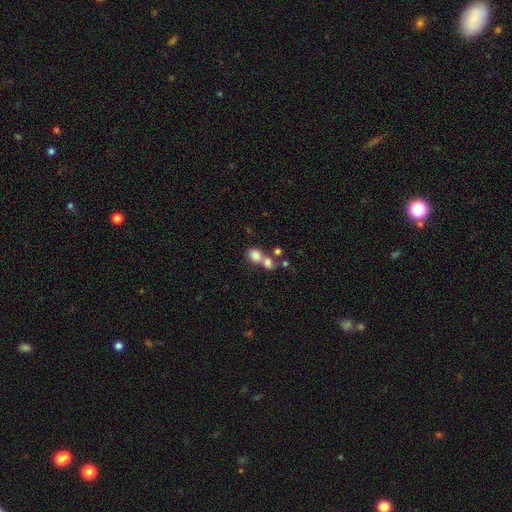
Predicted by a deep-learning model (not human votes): Q: Smooth or featured?
A: smooth (78%); runner-up: featured or disk (12%)
Q: How rounded?
A: round (50%); runner-up: in between (48%)
Q: Merging?
A: merger (61%); runner-up: none (27%)